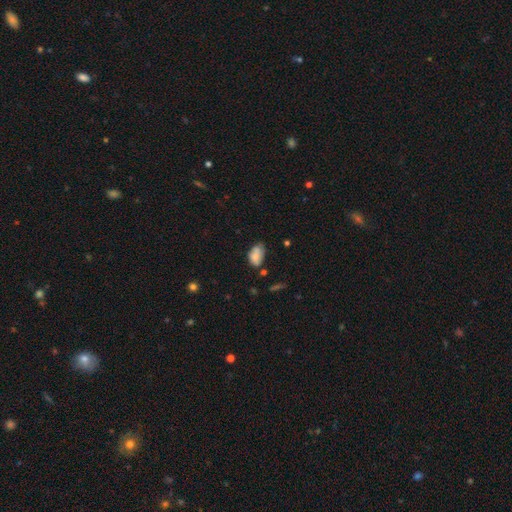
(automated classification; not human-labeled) smooth_or_featured: smooth (p=0.71) [alt: featured or disk p=0.20]
how_rounded: in between (p=0.89) [alt: round p=0.09]
merging: none (p=0.45) [alt: minor disturbance p=0.34]